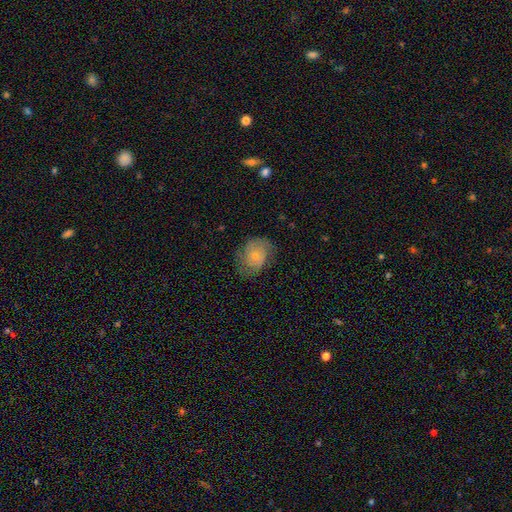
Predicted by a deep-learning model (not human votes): Smooth or featured? Predicted: smooth (p=0.53). How rounded? Predicted: in between (p=0.50). Merging? Predicted: none (p=0.57).